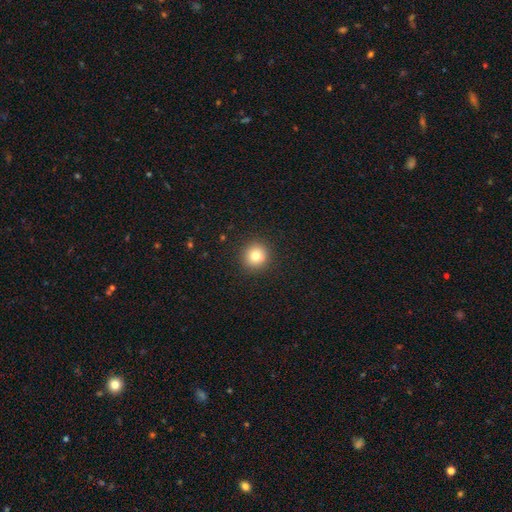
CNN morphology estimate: This is clearly a smooth galaxy (81%). How rounded: clearly round (93%). Merging: clearly none (92%).